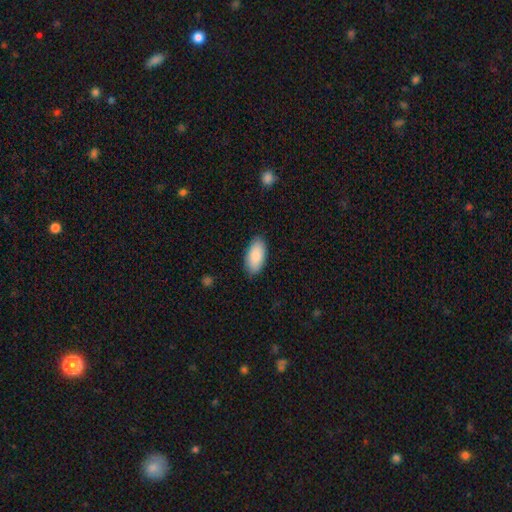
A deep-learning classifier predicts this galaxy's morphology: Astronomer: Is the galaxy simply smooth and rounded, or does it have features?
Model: smooth — 88%.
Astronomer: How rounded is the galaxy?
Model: in between — 94%.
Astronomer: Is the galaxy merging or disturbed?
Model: none — 86%.